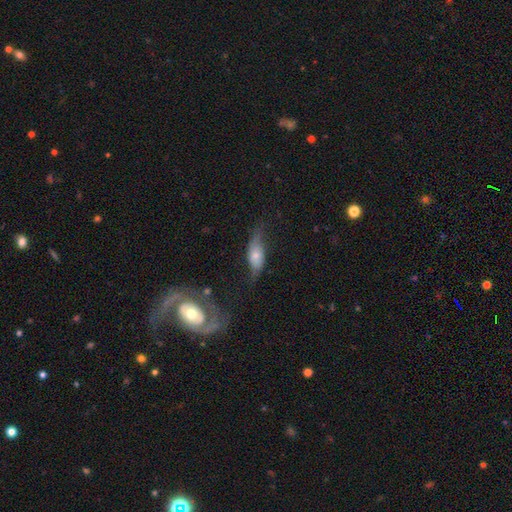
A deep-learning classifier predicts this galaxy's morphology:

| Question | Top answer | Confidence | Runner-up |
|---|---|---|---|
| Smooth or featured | smooth | 49% | featured or disk (43%) |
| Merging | none | 48% | minor disturbance (30%) |